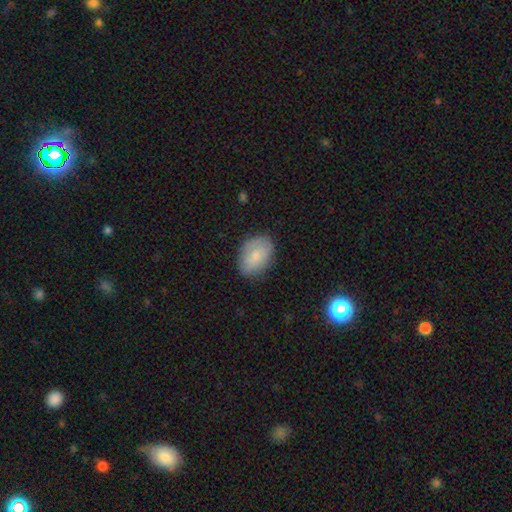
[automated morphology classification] Smooth or featured: smooth — 77% (featured or disk — 16%)
How rounded: in between — 82% (round — 17%)
Merging: none — 77% (minor disturbance — 18%)